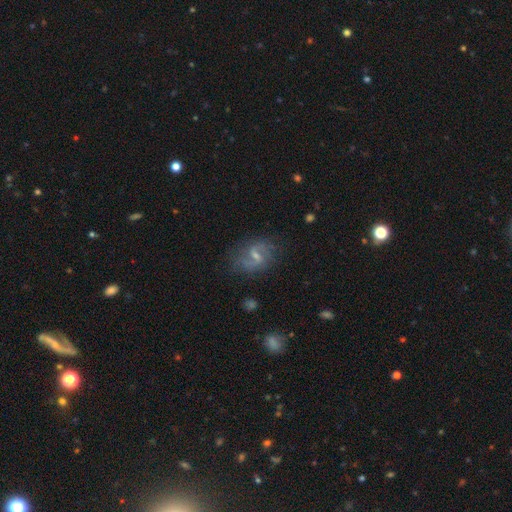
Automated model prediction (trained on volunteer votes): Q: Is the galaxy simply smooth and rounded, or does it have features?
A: featured or disk — 70%.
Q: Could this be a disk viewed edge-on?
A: no — 96%.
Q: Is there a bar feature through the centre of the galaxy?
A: weak — 55%.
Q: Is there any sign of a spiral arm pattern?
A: yes — 86%.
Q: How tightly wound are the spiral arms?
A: loose — 46%.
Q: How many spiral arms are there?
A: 2 — 84%.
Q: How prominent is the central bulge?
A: small — 52%.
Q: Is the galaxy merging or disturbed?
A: none — 76%.